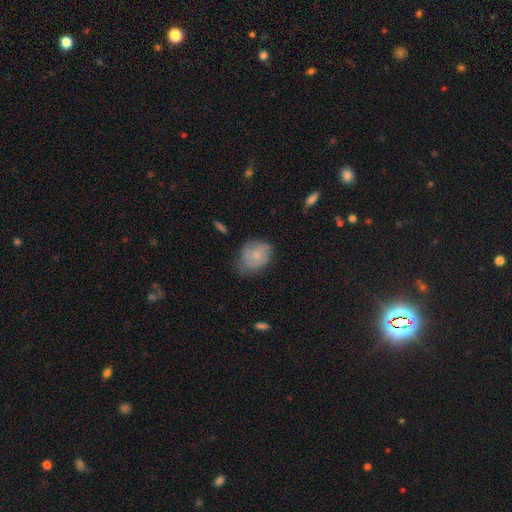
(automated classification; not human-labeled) A smooth galaxy with no disk features (64%) that is round (51%).

Vote fractions:
- Smooth or featured? smooth: 64% / featured or disk: 28% / star or artifact: 7%
- How rounded? round: 51% / in between: 48% / cigar-shaped: 1%
- Merging? none: 48% / minor disturbance: 37% / major disturbance: 13% / merger: 2%